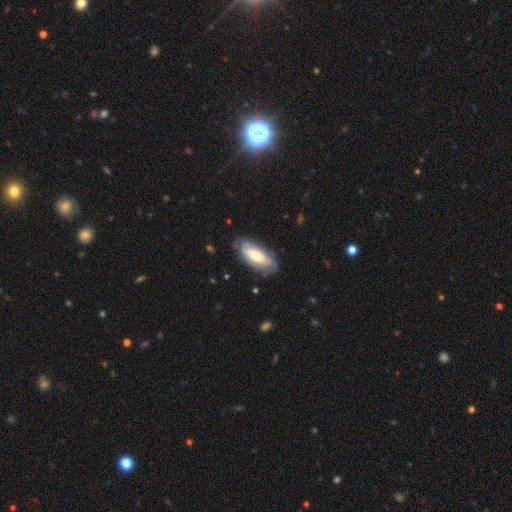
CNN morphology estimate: A featured or disk galaxy (50%). Merging: none (67%).